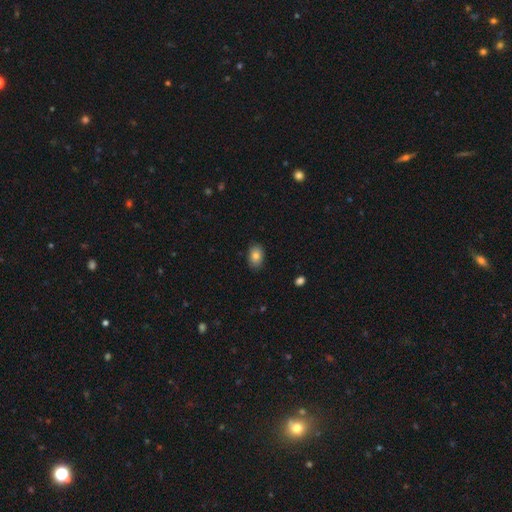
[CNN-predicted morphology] A smooth galaxy with no disk features (81%) that is in between round and cigar-shaped (85%).

Vote fractions:
- Smooth or featured? smooth: 81% / featured or disk: 10% / star or artifact: 8%
- How rounded? in between: 85% / round: 14% / cigar-shaped: 1%
- Merging? none: 88% / minor disturbance: 9% / major disturbance: 2% / merger: 1%